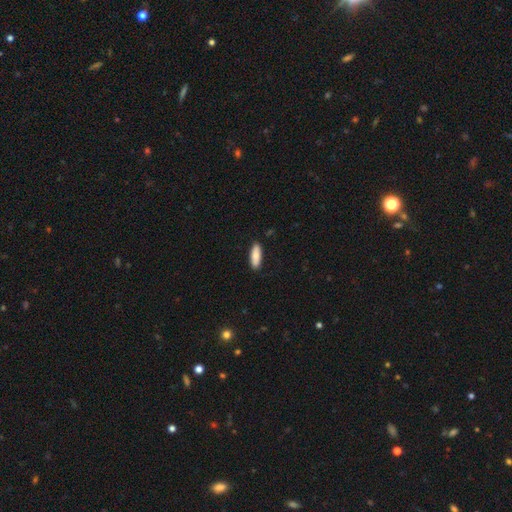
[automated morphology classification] Smooth or featured? smooth (82%)
How rounded? in between (59%)
Merging? none (89%)